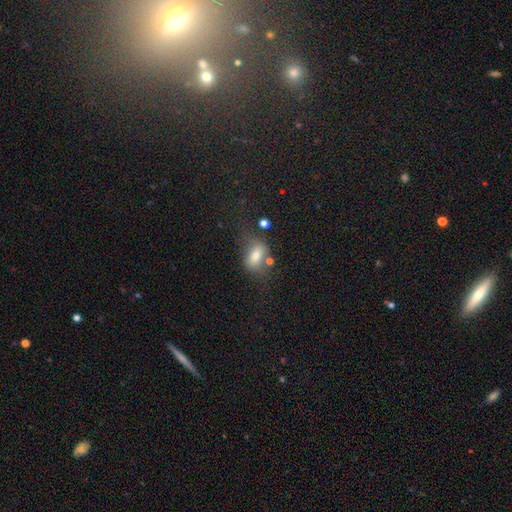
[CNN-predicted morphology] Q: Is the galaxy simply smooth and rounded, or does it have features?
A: smooth — 72%.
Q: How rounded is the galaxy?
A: in between — 81%.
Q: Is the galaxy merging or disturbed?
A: none — 46%.